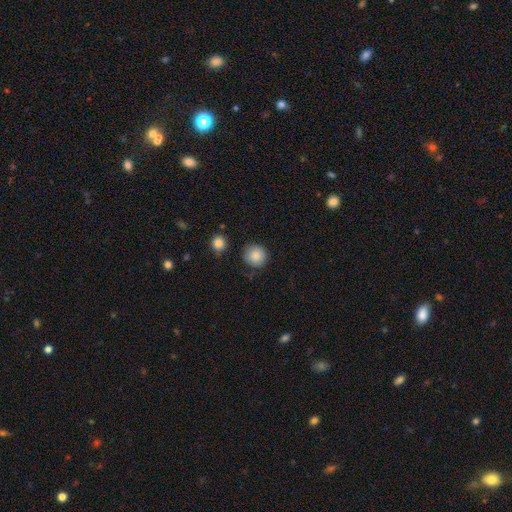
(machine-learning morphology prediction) A smooth galaxy with no disk features (87%) that is round (93%). Merging: none (84%).